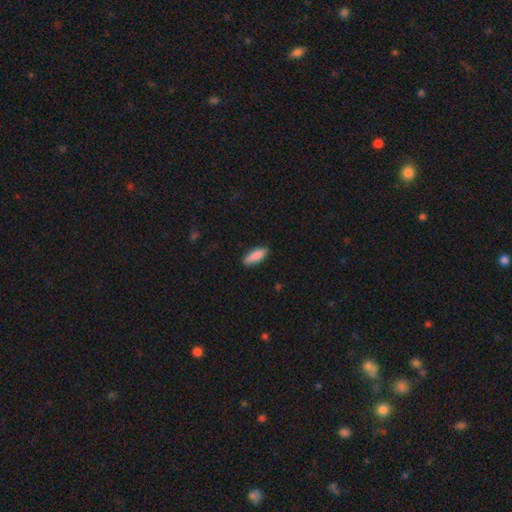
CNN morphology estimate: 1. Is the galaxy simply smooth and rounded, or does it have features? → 88% smooth, 6% featured or disk, 6% star or artifact.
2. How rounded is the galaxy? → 63% in between, 35% cigar-shaped, 2% round.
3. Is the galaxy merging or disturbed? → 86% none, 10% minor disturbance, 2% major disturbance, 1% merger.